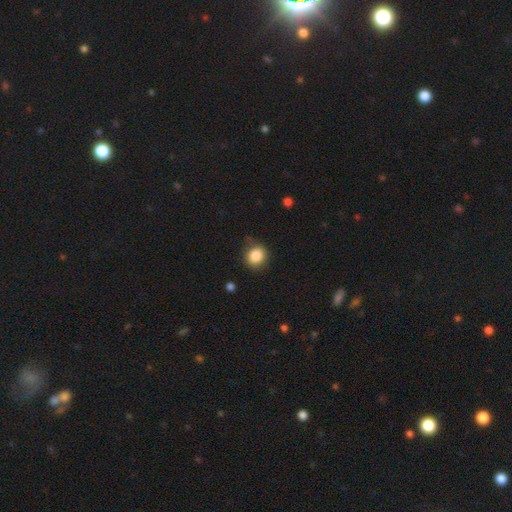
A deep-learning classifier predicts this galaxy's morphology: The model was most divided on "merging": none: 75%, minor disturbance: 18%, major disturbance: 5%, merger: 2%. More confident: smooth or featured — smooth (85%); how rounded — round (81%).